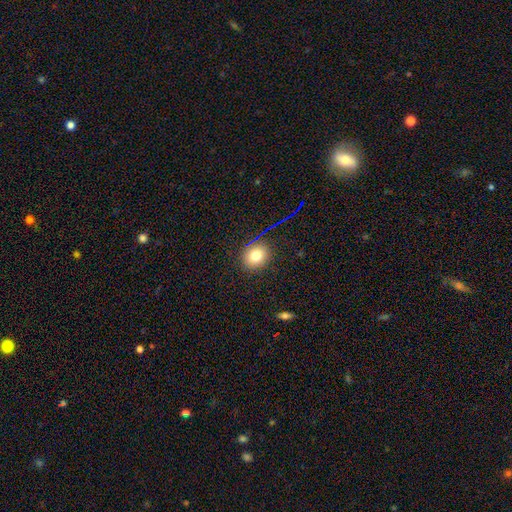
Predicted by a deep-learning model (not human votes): smooth 78%, star or artifact 14%, featured or disk 9%. Down the decision tree: how rounded — round (73%); merging — none (88%).